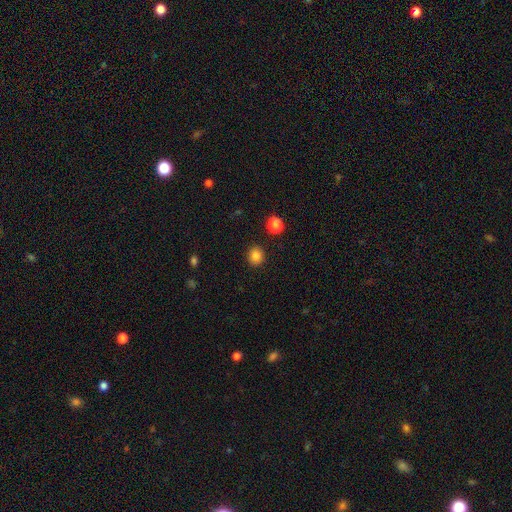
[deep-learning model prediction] smooth 84%, star or artifact 12%, featured or disk 4%. Down the decision tree: how rounded — round (82%); merging — none (91%).